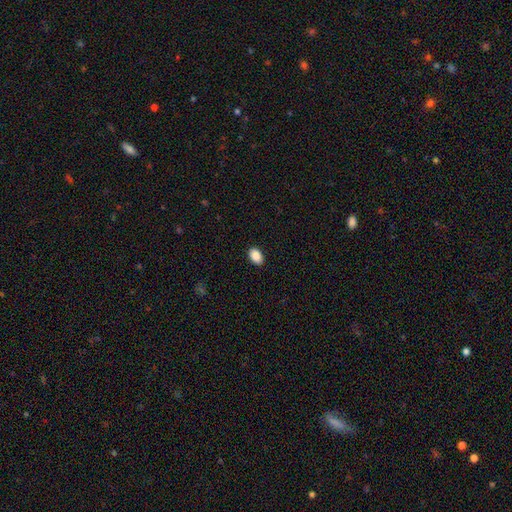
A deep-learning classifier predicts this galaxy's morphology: Q: Smooth or featured?
A: smooth (89%); runner-up: star or artifact (8%)
Q: How rounded?
A: in between (85%); runner-up: round (14%)
Q: Merging?
A: none (90%); runner-up: minor disturbance (7%)